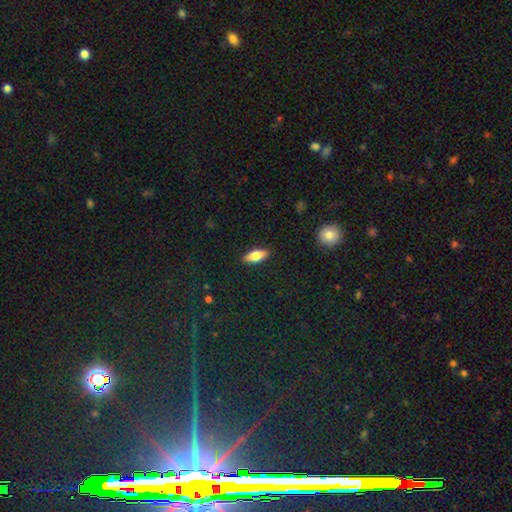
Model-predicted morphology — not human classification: Overall: smooth (71%). How rounded: in between (73%). Merging: none (89%).